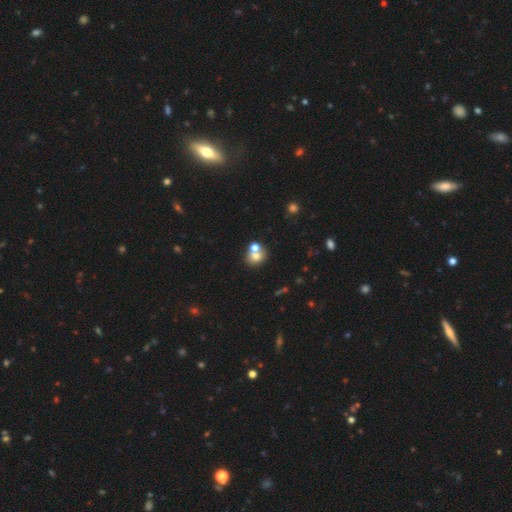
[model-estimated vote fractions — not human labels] Smooth or featured? Predicted: smooth (p=0.66). How rounded? Predicted: round (p=0.65). Merging? Predicted: merger (p=0.46).